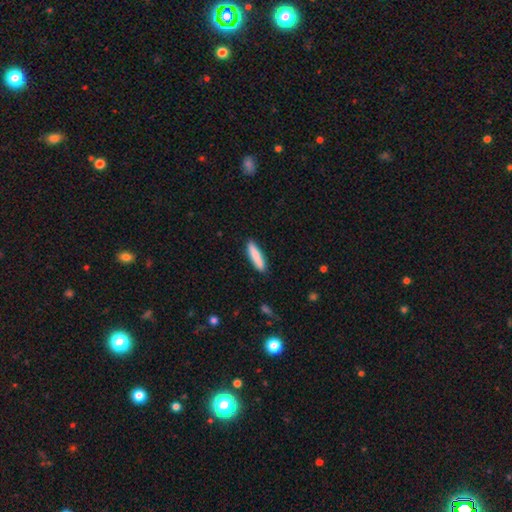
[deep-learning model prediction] Smooth or featured? Predicted: smooth (p=0.84). How rounded? Predicted: cigar-shaped (p=0.81). Merging? Predicted: none (p=0.88).